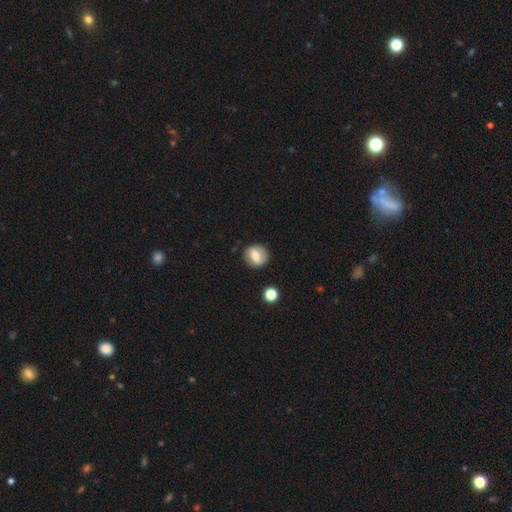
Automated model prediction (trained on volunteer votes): Overall: smooth (68%). How rounded: round (74%). Merging: none (82%).